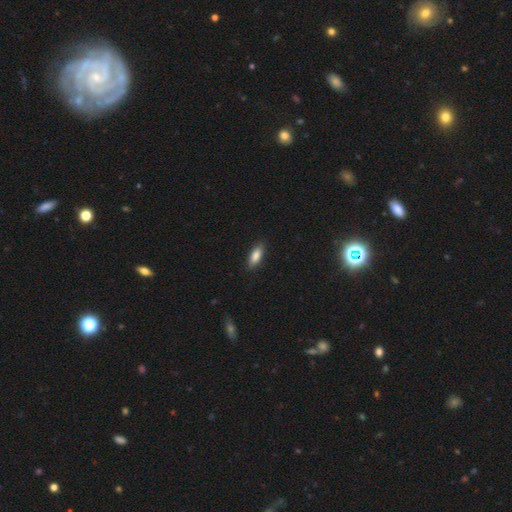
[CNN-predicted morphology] smooth_or_featured: smooth (p=0.84) [alt: featured or disk p=0.10]
how_rounded: in between (p=0.71) [alt: cigar-shaped p=0.27]
merging: none (p=0.87) [alt: minor disturbance p=0.10]